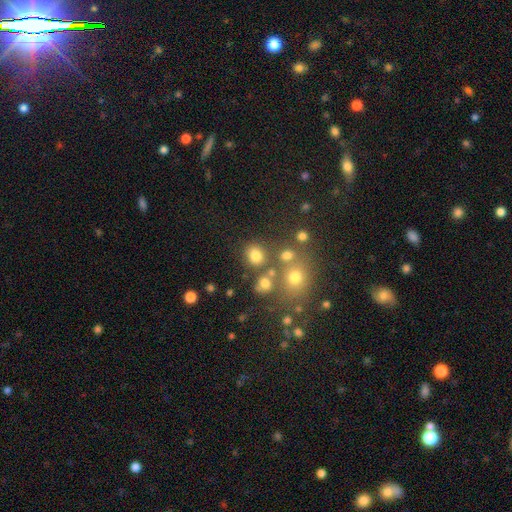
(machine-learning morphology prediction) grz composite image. It shows a smooth galaxy with no disk features (75%) that is round (71%). Merging: none (72%).